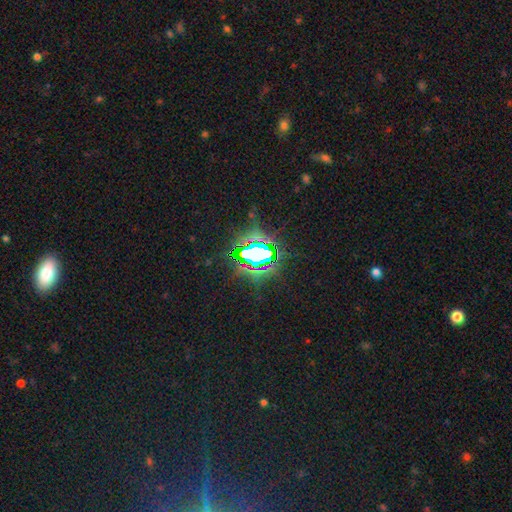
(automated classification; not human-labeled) smooth-or-featured: star or artifact: 76% | smooth: 12% | featured or disk: 11%